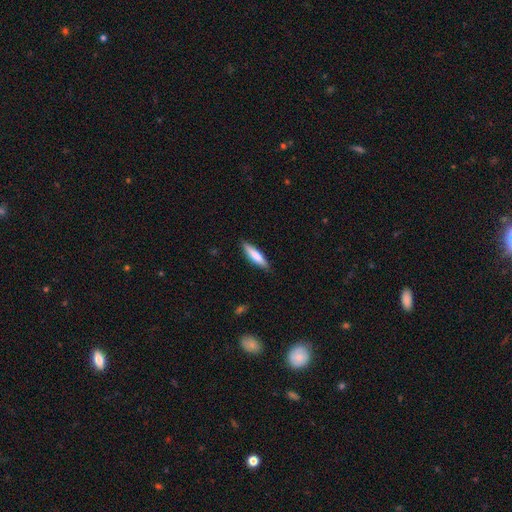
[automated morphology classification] type=smooth (76%); roundness=cigar-shaped (79%); merging=none (86%).